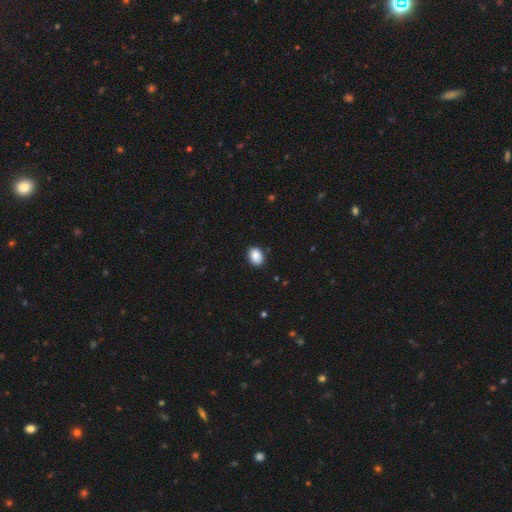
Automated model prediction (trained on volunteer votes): Morphology: type=smooth (89%); roundness=in between (74%); merging=none (88%).